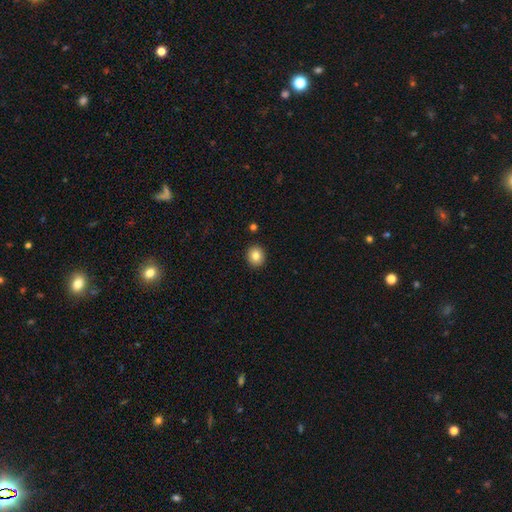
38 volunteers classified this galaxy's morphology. Volunteers were most divided on "how rounded": round: 88%, in between: 12%, cigar-shaped: 0%. More confident: merging — none (97%); smooth or featured — smooth (87%).